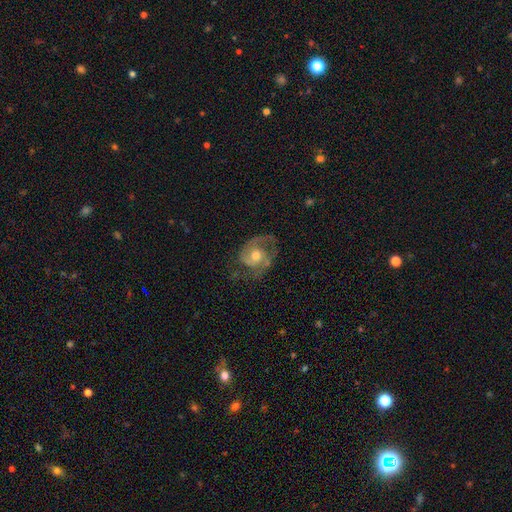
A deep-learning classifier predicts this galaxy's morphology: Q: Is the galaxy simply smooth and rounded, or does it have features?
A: featured or disk — 80%.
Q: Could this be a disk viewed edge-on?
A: no — 97%.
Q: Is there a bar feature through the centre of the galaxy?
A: no — 69%.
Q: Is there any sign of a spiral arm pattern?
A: yes — 93%.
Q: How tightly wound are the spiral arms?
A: medium — 50%.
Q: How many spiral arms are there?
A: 2 — 74%.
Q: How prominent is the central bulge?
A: moderate — 72%.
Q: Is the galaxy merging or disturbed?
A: none — 57%.